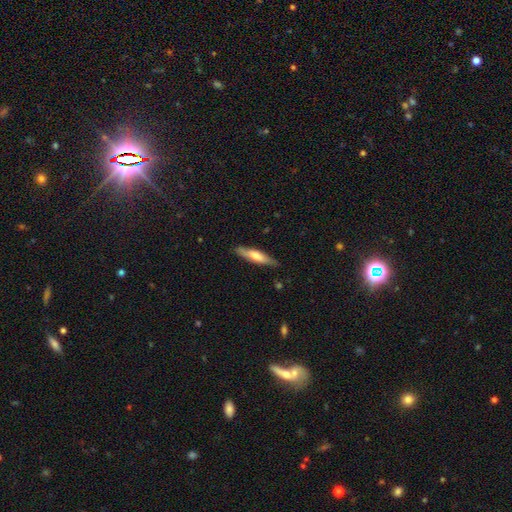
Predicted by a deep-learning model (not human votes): smooth-or-featured: smooth: 57% | featured or disk: 38% | star or artifact: 6%
  how-rounded: cigar-shaped: 82% | in between: 17% | round: 2%
  merging: none: 84% | minor disturbance: 12% | major disturbance: 2% | merger: 1%